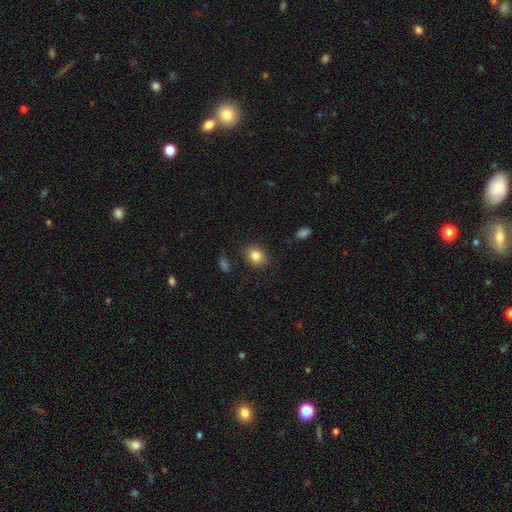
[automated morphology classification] A smooth galaxy with no disk features (83%) that is in between round and cigar-shaped (55%). Merging: none (84%).